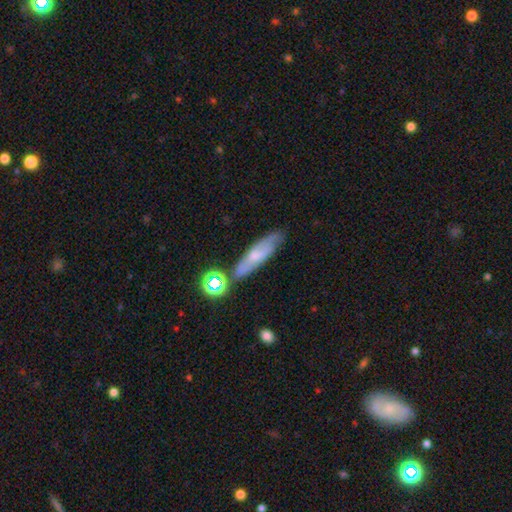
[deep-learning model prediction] The model was most divided on "smooth or featured": smooth: 47%, featured or disk: 43%, star or artifact: 10%. More confident: merging — none (68%).